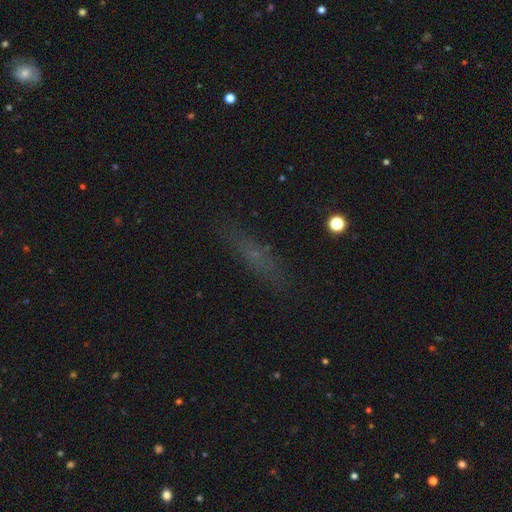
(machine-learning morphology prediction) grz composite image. It shows a smooth galaxy with no disk features (50%) that is cigar-shaped (73%). Merging: none (81%).